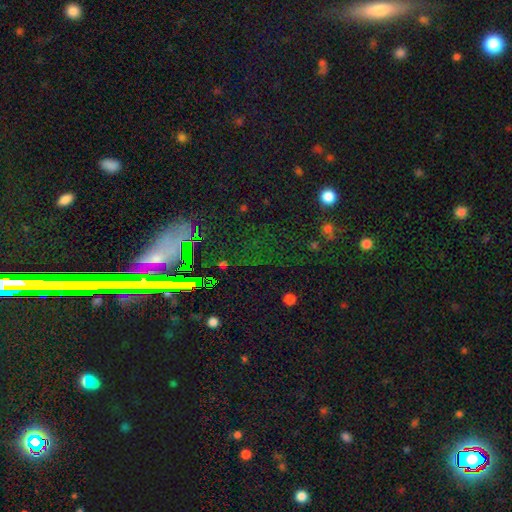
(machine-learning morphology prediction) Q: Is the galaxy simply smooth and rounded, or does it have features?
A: star or artifact — 69%.